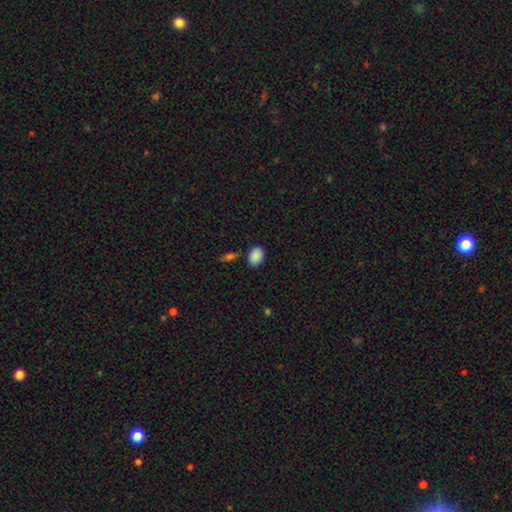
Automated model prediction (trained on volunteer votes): A smooth galaxy with no disk features (88%) that is in between round and cigar-shaped (74%).

Vote fractions:
- Smooth or featured? smooth: 88% / star or artifact: 8% / featured or disk: 4%
- How rounded? in between: 74% / round: 25% / cigar-shaped: 1%
- Merging? none: 81% / minor disturbance: 12% / merger: 5% / major disturbance: 3%